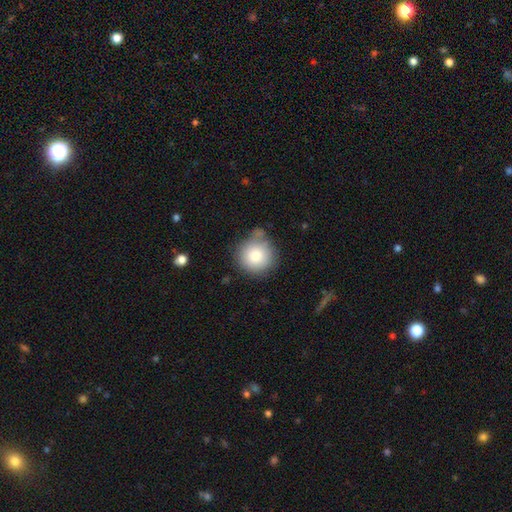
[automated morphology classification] smooth_or_featured: smooth (p=0.80) [alt: featured or disk p=0.11]
how_rounded: round (p=0.93) [alt: in between p=0.06]
merging: none (p=0.69) [alt: minor disturbance p=0.17]